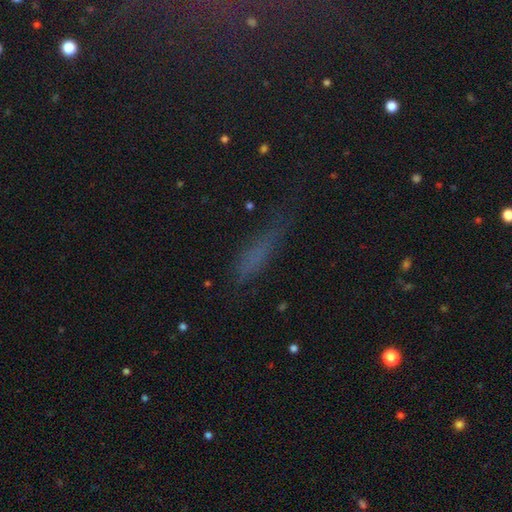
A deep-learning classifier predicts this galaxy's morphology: A smooth galaxy with no disk features (57%) that is cigar-shaped (75%).

Vote fractions:
- Smooth or featured? smooth: 57% / star or artifact: 24% / featured or disk: 18%
- How rounded? cigar-shaped: 75% / in between: 21% / round: 4%
- Merging? none: 62% / minor disturbance: 23% / major disturbance: 12% / merger: 3%